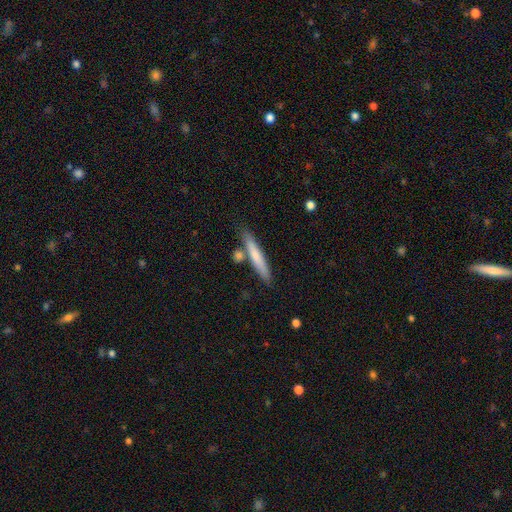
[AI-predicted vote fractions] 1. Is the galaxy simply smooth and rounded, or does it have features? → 68% smooth, 26% featured or disk, 6% star or artifact.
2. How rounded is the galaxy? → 93% cigar-shaped, 5% in between, 2% round.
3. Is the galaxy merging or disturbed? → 76% none, 11% minor disturbance, 10% merger, 3% major disturbance.